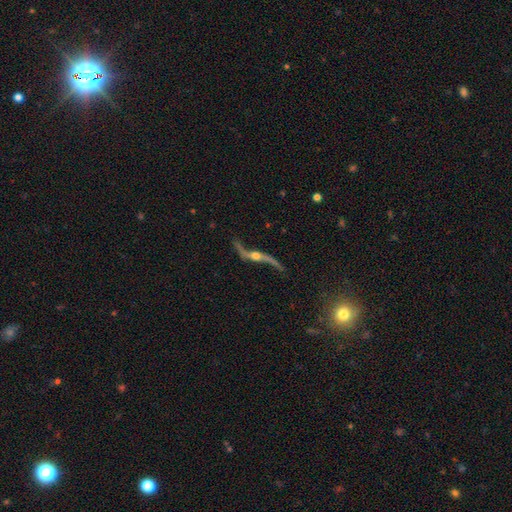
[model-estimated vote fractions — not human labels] A featured or disk galaxy (89%) with no bar (56%), 2 (93%) loose (93%) spiral arms (95%) and a moderate central bulge (53%). Merging: none (70%).